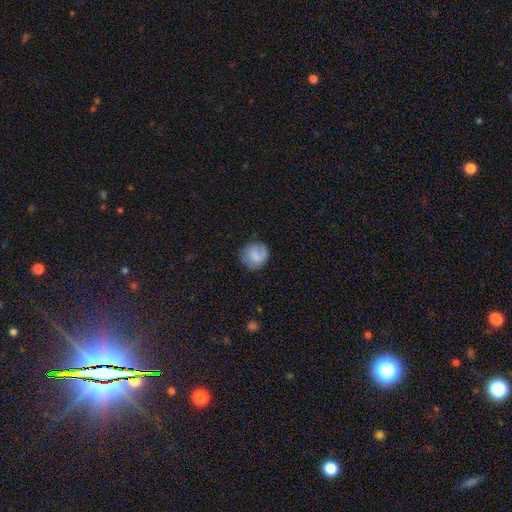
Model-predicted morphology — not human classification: A smooth galaxy with no disk features (63%) that is round (87%).

Vote fractions:
- Smooth or featured? smooth: 63% / featured or disk: 29% / star or artifact: 8%
- How rounded? round: 87% / in between: 12% / cigar-shaped: 1%
- Merging? none: 75% / minor disturbance: 17% / major disturbance: 7% / merger: 1%